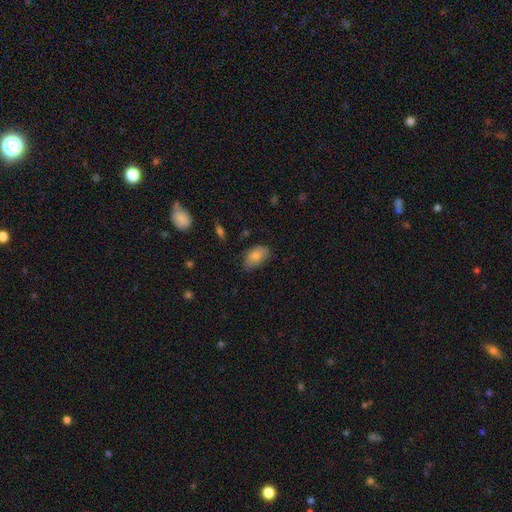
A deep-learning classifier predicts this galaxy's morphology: smooth_or_featured: smooth (p=0.81) [alt: featured or disk p=0.12]
how_rounded: in between (p=0.91) [alt: round p=0.07]
merging: none (p=0.69) [alt: minor disturbance p=0.25]